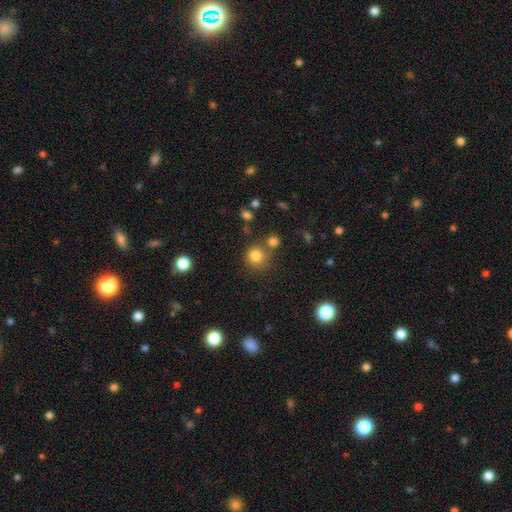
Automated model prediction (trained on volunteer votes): smooth_or_featured: smooth (p=0.81) [alt: star or artifact p=0.13]
how_rounded: round (p=0.91) [alt: in between p=0.08]
merging: none (p=0.71) [alt: merger p=0.15]